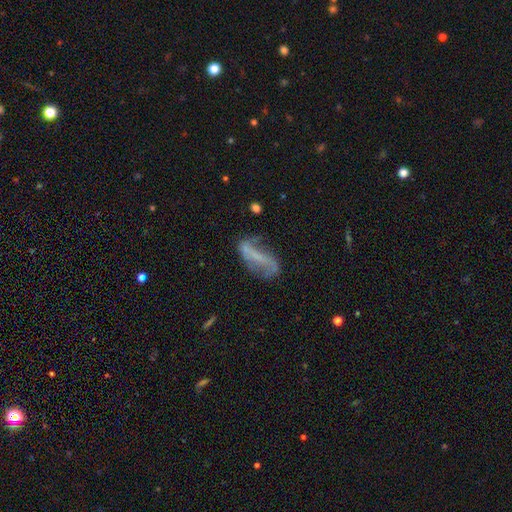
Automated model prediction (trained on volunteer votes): A featured or disk galaxy (66%) with a strong bar (44%), spiral arms (73%) and no central bulge (62%).

Vote fractions:
- Smooth or featured? featured or disk: 66% / smooth: 23% / star or artifact: 11%
- Edge-on disk? no: 89% / yes: 11%
- Bar? strong: 44% / no: 28% / weak: 27%
- Spiral arms? yes: 73% / no: 27%
- Bulge size? none: 62% / small: 26% / moderate: 8% / large: 2% / dominant: 1%
- Merging? none: 54% / minor disturbance: 24% / major disturbance: 17% / merger: 6%